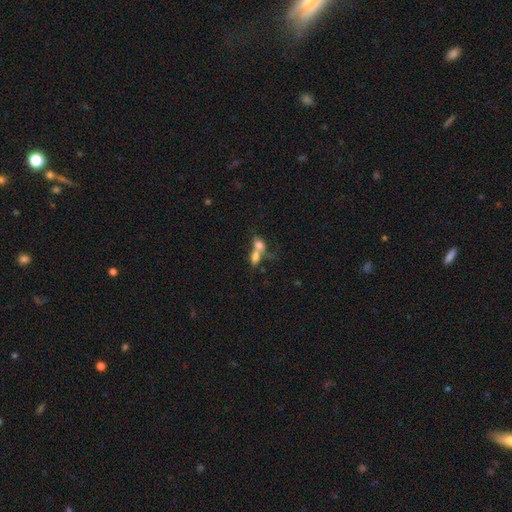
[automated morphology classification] A smooth galaxy with no disk features (68%) that is in between round and cigar-shaped (75%).

Vote fractions:
- Smooth or featured? smooth: 68% / featured or disk: 20% / star or artifact: 12%
- How rounded? in between: 75% / round: 17% / cigar-shaped: 8%
- Merging? merger: 70% / none: 17% / major disturbance: 6% / minor disturbance: 6%